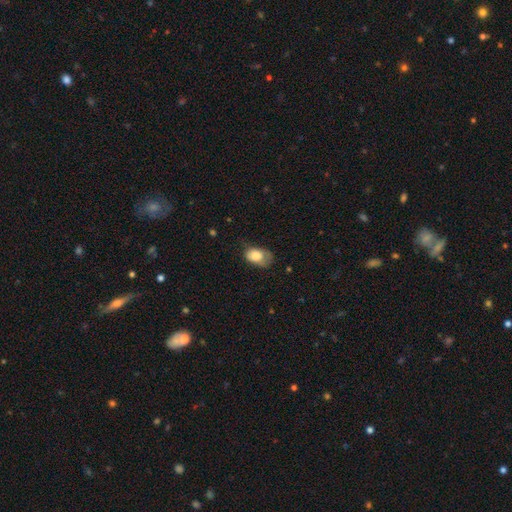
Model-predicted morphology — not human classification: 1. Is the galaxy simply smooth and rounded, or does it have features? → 77% smooth, 15% featured or disk, 8% star or artifact.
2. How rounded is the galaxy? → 83% in between, 15% round, 1% cigar-shaped.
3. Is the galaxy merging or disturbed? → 38% minor disturbance (tied), 38% none (tied), 22% major disturbance, 2% merger.